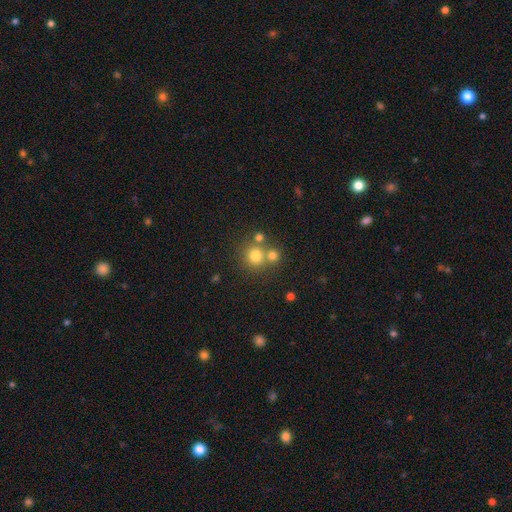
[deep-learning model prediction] Q: Smooth or featured?
A: smooth (75%); runner-up: star or artifact (16%)
Q: How rounded?
A: round (92%); runner-up: in between (8%)
Q: Merging?
A: none (61%); runner-up: merger (29%)